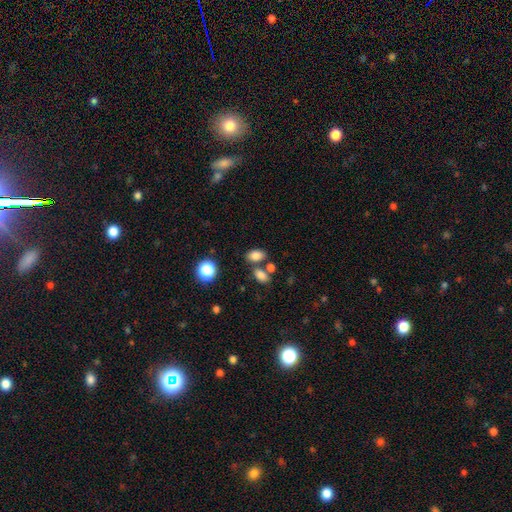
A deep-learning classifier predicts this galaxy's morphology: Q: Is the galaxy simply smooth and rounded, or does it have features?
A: smooth — 81%.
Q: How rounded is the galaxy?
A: in between — 86%.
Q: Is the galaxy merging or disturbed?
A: none — 63%.